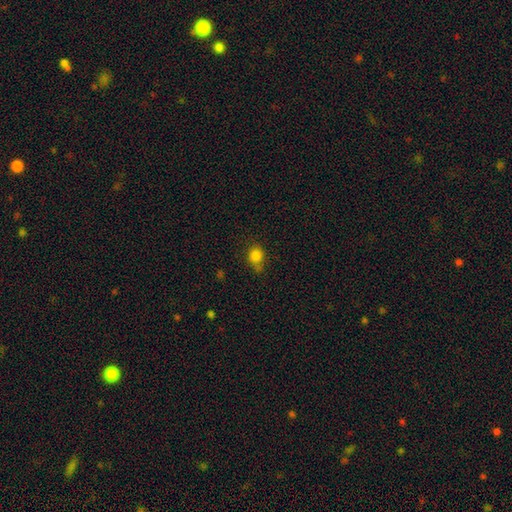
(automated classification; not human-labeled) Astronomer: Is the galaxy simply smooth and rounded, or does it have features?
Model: smooth — 83%.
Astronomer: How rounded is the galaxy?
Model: round — 68%.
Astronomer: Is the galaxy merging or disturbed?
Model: none — 58%.